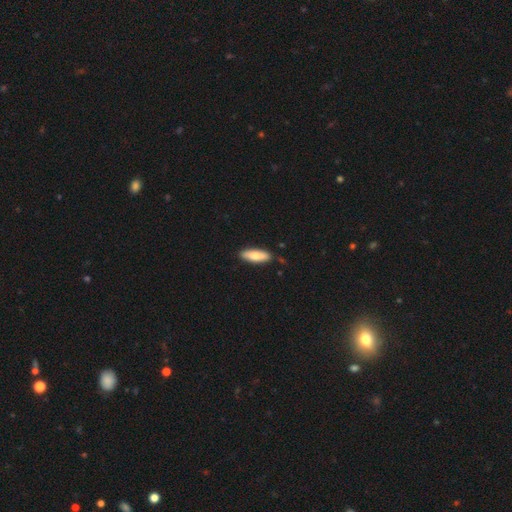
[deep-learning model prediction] Smooth or featured? Predicted: smooth (p=0.77). How rounded? Predicted: in between (p=0.54). Merging? Predicted: none (p=0.87).